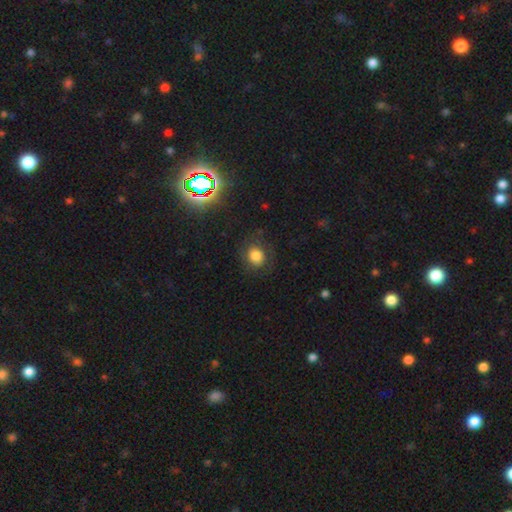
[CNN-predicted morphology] Smooth or featured?
  - smooth: 71% *
  - featured or disk: 15%
  - star or artifact: 13%
How rounded?
  - round: 73% *
  - in between: 26%
  - cigar-shaped: 1%
Merging?
  - none: 76% *
  - minor disturbance: 14%
  - major disturbance: 8%
  - merger: 1%